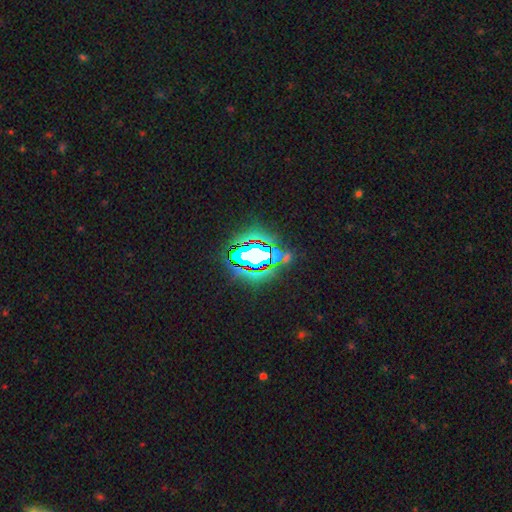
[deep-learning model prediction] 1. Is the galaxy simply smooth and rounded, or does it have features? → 67% star or artifact, 17% featured or disk, 16% smooth.